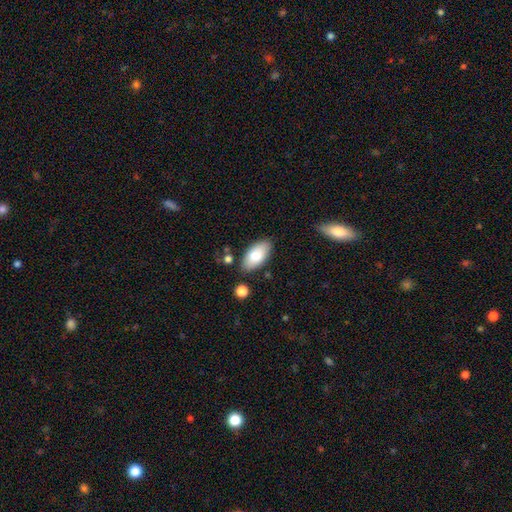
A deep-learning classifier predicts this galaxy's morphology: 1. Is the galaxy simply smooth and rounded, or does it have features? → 80% smooth, 14% featured or disk, 6% star or artifact.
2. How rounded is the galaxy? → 93% in between, 5% cigar-shaped, 2% round.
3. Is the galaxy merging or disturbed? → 82% none, 12% minor disturbance, 3% merger, 3% major disturbance.